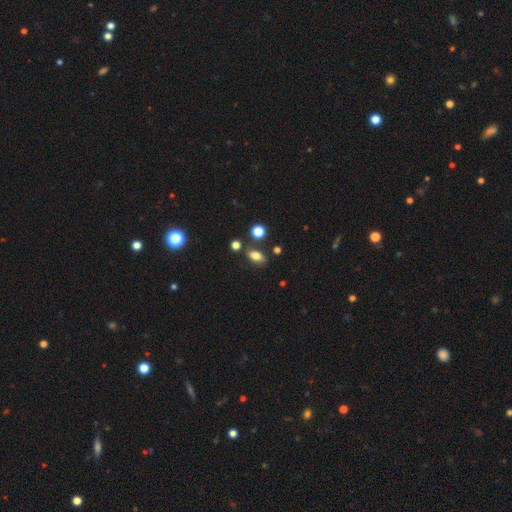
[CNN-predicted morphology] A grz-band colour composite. It shows a smooth galaxy with no disk features (78%) that is in between round and cigar-shaped (82%). Merging: none (76%).